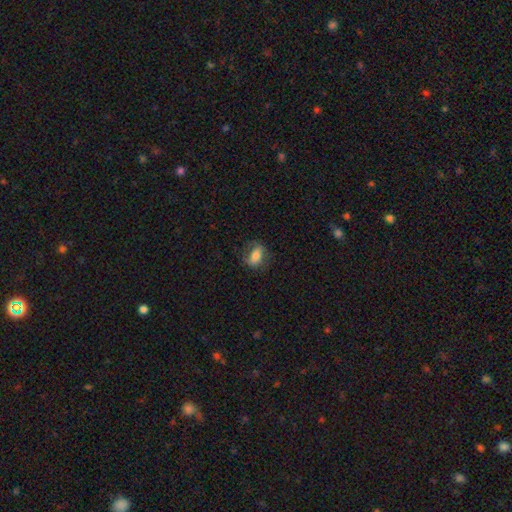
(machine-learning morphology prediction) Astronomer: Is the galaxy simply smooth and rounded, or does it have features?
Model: smooth — 64%.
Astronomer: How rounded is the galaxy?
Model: in between — 77%.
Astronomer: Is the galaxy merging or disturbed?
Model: none — 66%.